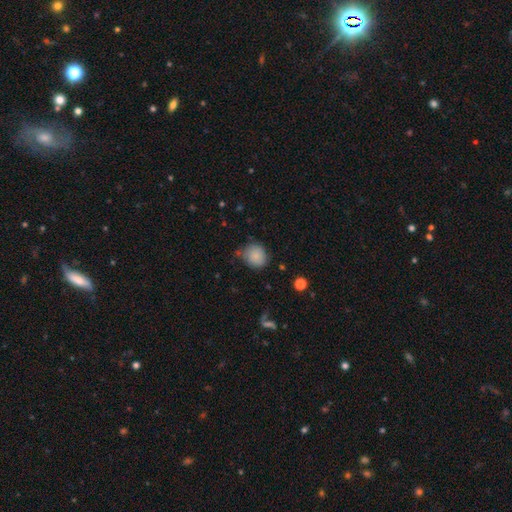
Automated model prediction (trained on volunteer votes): smooth 85%, star or artifact 9%, featured or disk 6%. Down the decision tree: how rounded — round (80%); merging — none (68%).